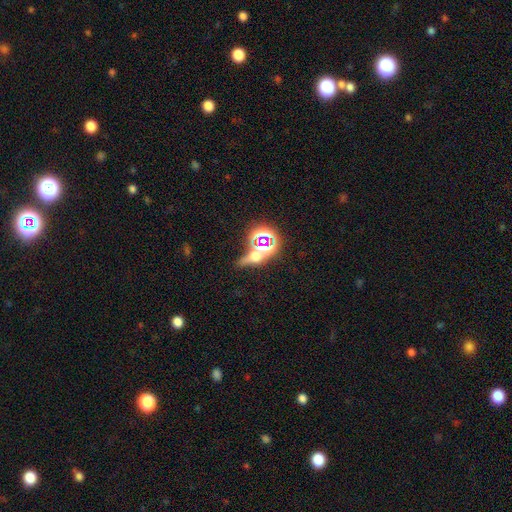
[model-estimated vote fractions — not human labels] star or artifact 43%, smooth 36%, featured or disk 21%.